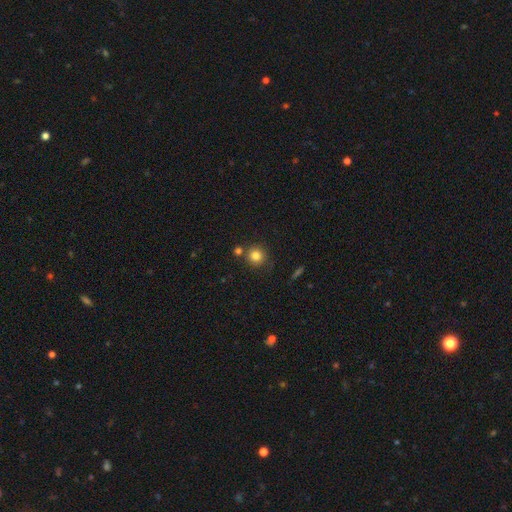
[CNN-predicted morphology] Smooth or featured? Predicted: smooth (p=0.82). How rounded? Predicted: round (p=0.93). Merging? Predicted: none (p=0.75).